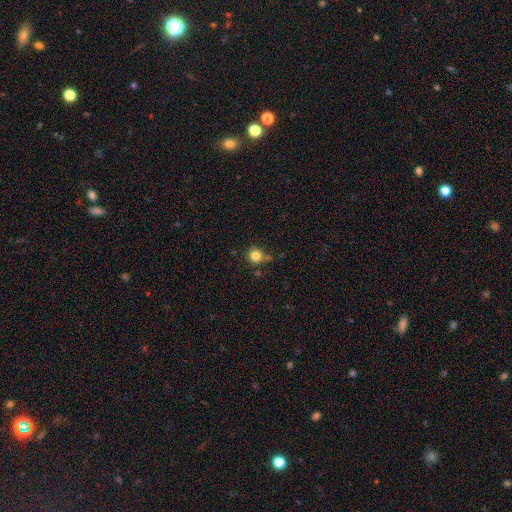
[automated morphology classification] Smooth or featured? smooth (83%)
How rounded? round (91%)
Merging? none (70%)